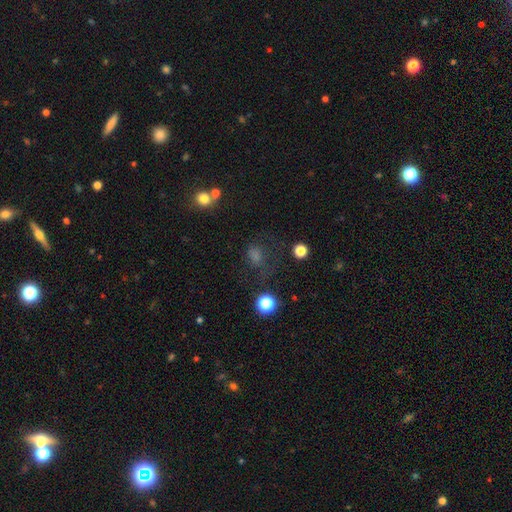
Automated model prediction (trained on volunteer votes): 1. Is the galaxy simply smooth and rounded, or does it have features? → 53% smooth, 31% star or artifact, 15% featured or disk.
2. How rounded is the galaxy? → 54% round, 44% in between, 2% cigar-shaped.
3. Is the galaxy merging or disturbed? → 54% none, 22% major disturbance, 20% minor disturbance, 4% merger.